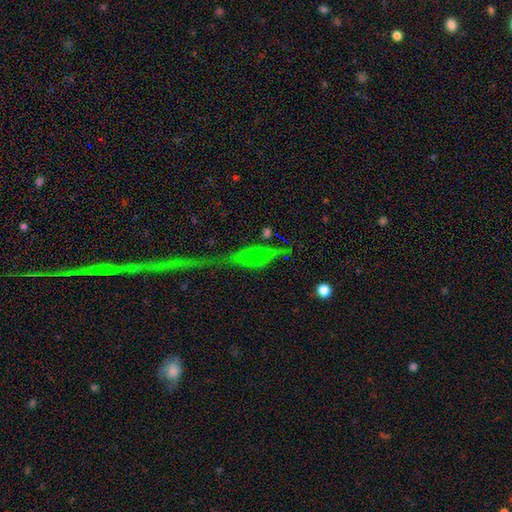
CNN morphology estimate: Smooth or featured: star or artifact — 47% (smooth — 35%)